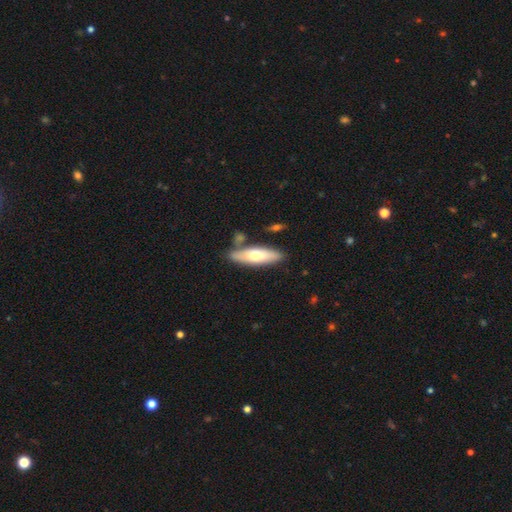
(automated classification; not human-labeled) Smooth or featured?
  - smooth: 61% *
  - featured or disk: 34%
  - star or artifact: 5%
How rounded?
  - cigar-shaped: 52% *
  - in between: 46%
  - round: 2%
Merging?
  - none: 73% *
  - minor disturbance: 14%
  - merger: 10%
  - major disturbance: 3%